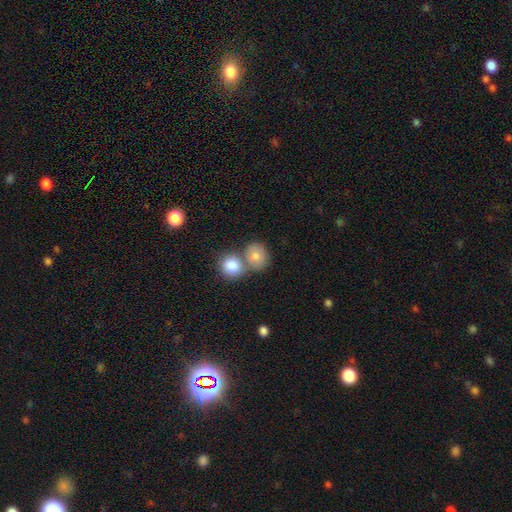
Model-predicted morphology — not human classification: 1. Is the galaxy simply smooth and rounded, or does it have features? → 80% smooth, 11% featured or disk, 8% star or artifact.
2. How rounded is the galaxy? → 73% round, 26% in between, 1% cigar-shaped.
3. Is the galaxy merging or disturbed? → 48% merger, 39% none, 9% minor disturbance, 3% major disturbance.